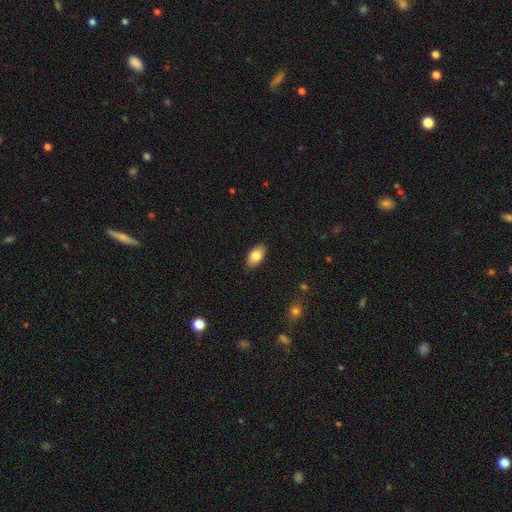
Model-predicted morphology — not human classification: This is clearly a smooth galaxy (82%). How rounded: clearly in between (93%). Merging: clearly none (86%).